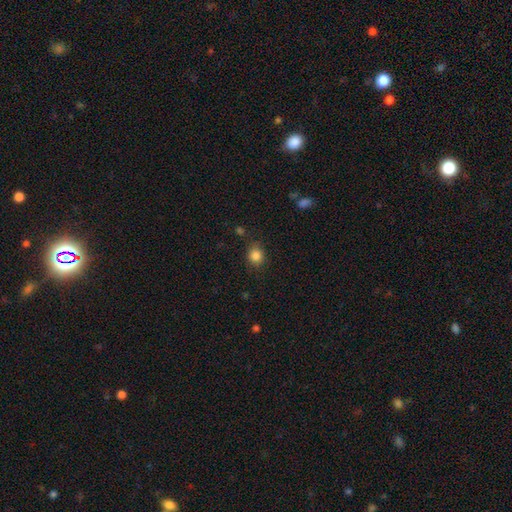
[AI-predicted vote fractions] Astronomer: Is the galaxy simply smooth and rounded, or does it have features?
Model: smooth — 84%.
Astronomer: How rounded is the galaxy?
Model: round — 76%.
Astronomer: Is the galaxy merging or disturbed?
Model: none — 82%.